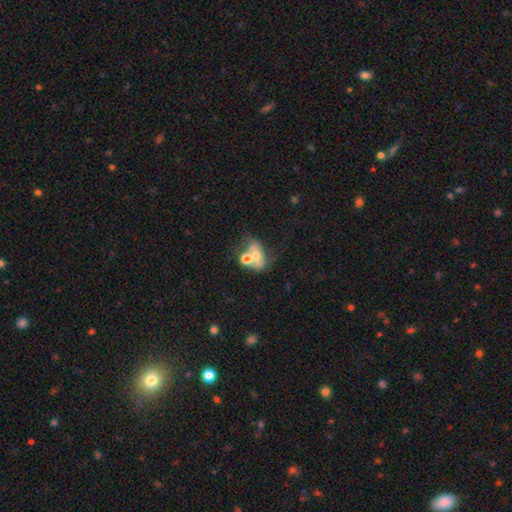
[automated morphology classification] Q: Smooth or featured?
A: smooth (50%); runner-up: featured or disk (38%)
Q: Merging?
A: merger (46%); runner-up: none (26%)